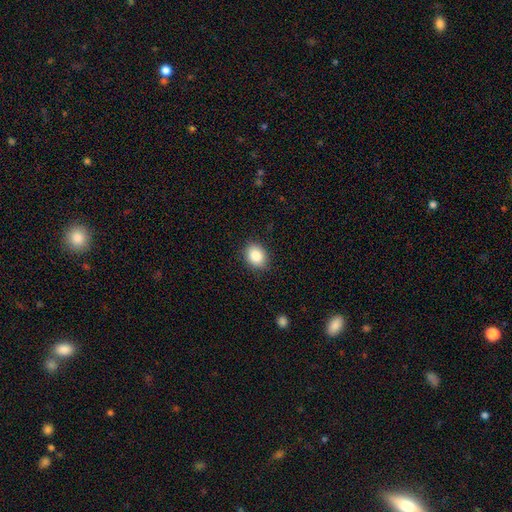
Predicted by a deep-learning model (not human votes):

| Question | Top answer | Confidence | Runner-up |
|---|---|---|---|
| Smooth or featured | smooth | 87% | star or artifact (8%) |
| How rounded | in between | 61% | round (38%) |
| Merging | none | 87% | minor disturbance (9%) |